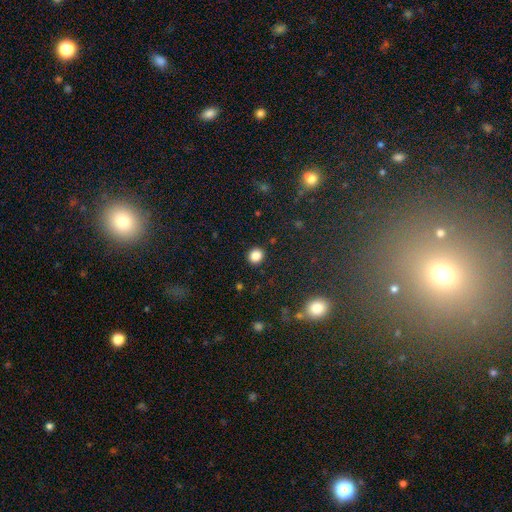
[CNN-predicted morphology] Smooth or featured?
  - smooth: 85% *
  - star or artifact: 11%
  - featured or disk: 4%
How rounded?
  - round: 81% *
  - in between: 18%
  - cigar-shaped: 1%
Merging?
  - none: 91% *
  - minor disturbance: 6%
  - major disturbance: 2%
  - merger: 1%